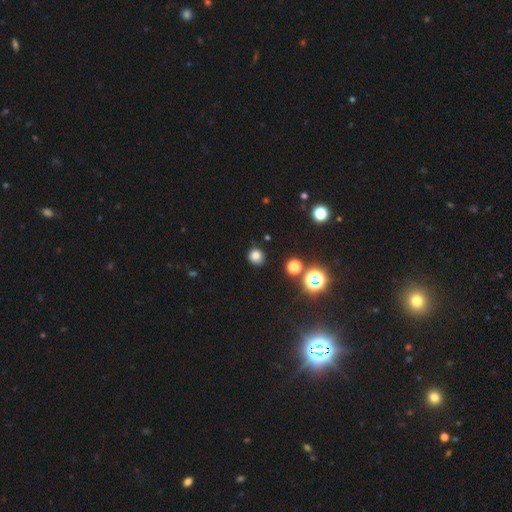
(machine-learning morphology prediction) The model was most divided on "smooth or featured": smooth: 78%, star or artifact: 16%, featured or disk: 5%. More confident: how rounded — round (85%); merging — none (85%).